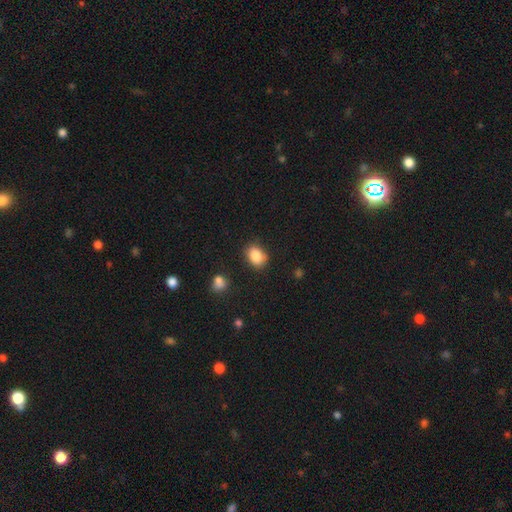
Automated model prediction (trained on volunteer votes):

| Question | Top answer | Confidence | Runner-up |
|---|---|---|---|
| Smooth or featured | smooth | 86% | star or artifact (9%) |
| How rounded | in between | 63% | round (36%) |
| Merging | none | 79% | minor disturbance (15%) |